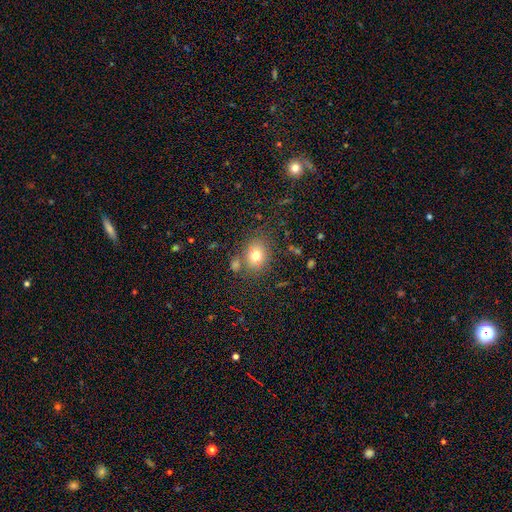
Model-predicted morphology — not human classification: This is likely a smooth galaxy (76%). How rounded: possibly round (57%). Merging: likely none (74%).